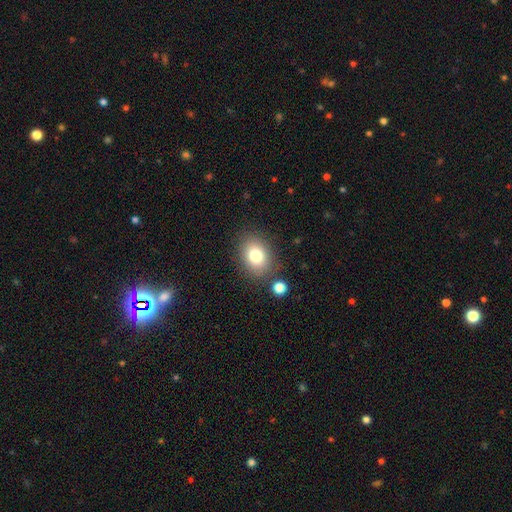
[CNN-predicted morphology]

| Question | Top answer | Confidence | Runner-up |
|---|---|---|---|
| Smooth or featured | smooth | 78% | star or artifact (11%) |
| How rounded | in between | 55% | round (44%) |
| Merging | none | 81% | minor disturbance (11%) |